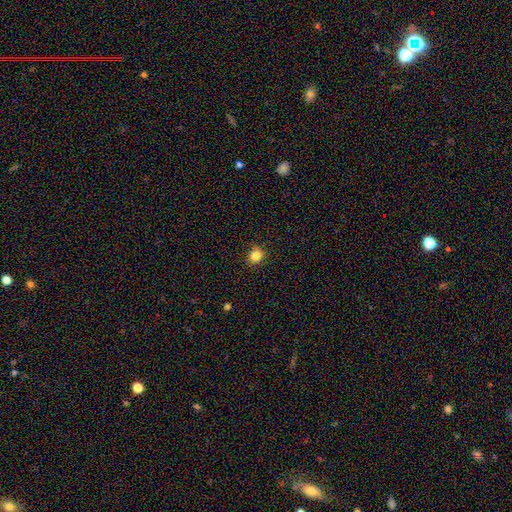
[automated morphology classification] Smooth or featured? smooth (83%)
How rounded? round (79%)
Merging? none (88%)